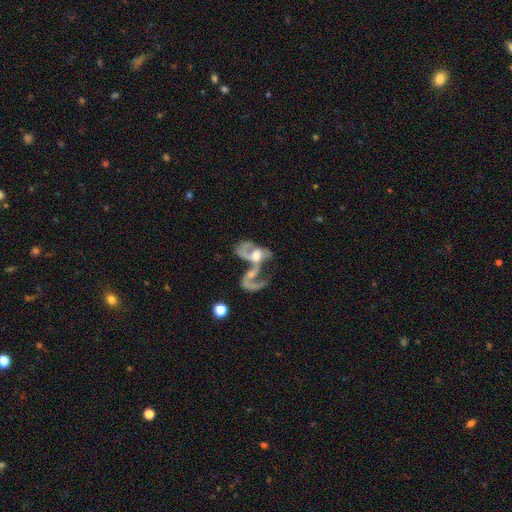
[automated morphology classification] Smooth or featured: featured or disk — 71% (smooth — 20%)
Edge-on disk: no — 95% (yes — 5%)
Bar: no — 67% (weak — 25%)
Spiral arms: yes — 70% (no — 30%)
Bulge size: moderate — 51% (small — 19%)
Merging: merger — 63% (major disturbance — 21%)